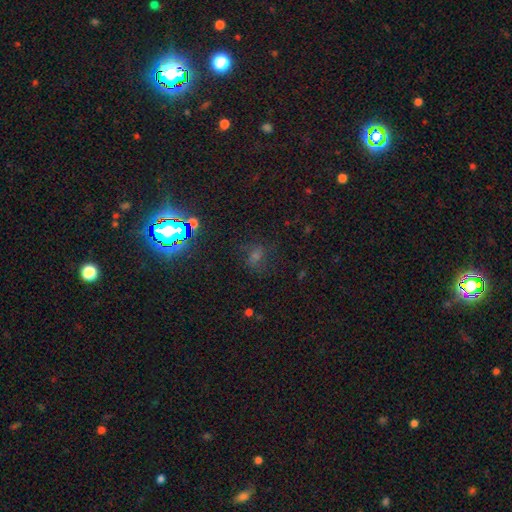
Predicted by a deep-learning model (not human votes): A star or artifact, not a galaxy (54%).

Vote fractions:
- Smooth or featured? star or artifact: 54% / smooth: 31% / featured or disk: 14%